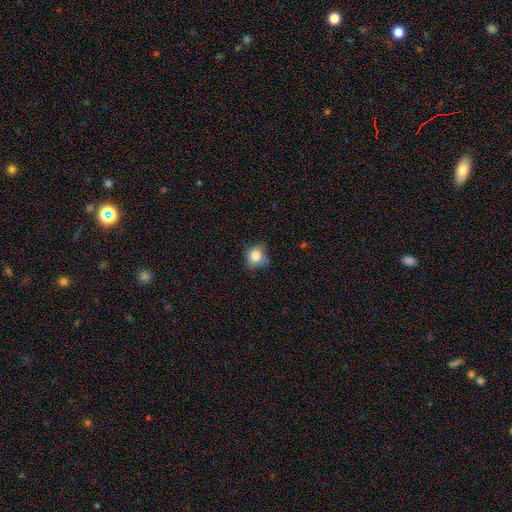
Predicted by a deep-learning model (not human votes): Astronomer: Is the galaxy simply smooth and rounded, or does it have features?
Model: smooth — 79%.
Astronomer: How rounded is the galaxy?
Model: round — 72%.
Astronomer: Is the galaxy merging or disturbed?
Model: none — 69%.